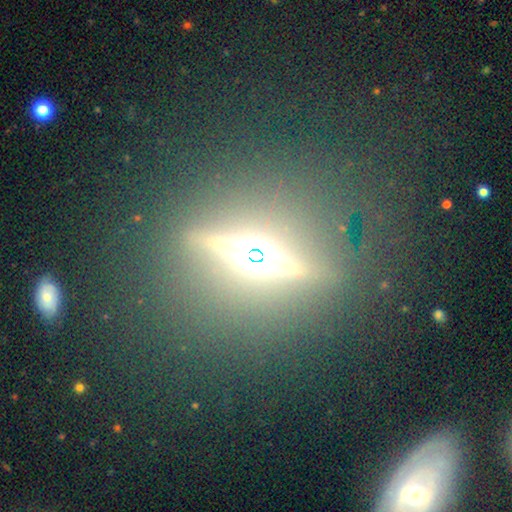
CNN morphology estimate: featured or disk 68%, star or artifact 19%, smooth 12%. Down the decision tree: edge-on disk — yes (90%); edge-on bulge — rounded (90%); merging — none (84%).